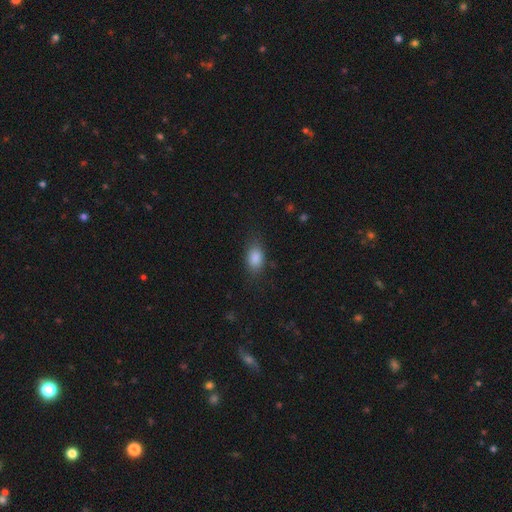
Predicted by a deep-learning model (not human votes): This is clearly a smooth galaxy (82%). How rounded: clearly in between (82%). Merging: clearly none (81%).